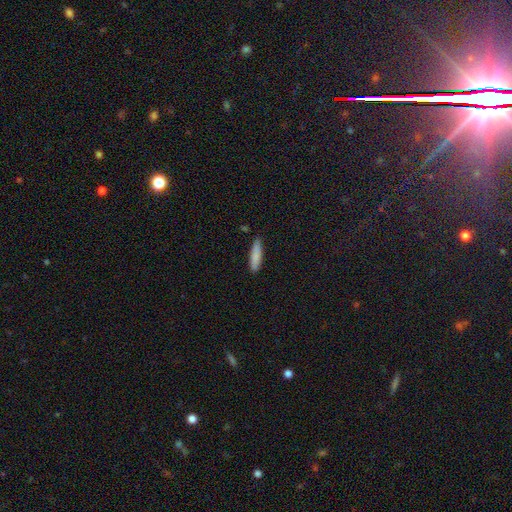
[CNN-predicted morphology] Smooth or featured: smooth — 84% (featured or disk — 10%)
How rounded: cigar-shaped — 75% (in between — 23%)
Merging: none — 82% (minor disturbance — 14%)